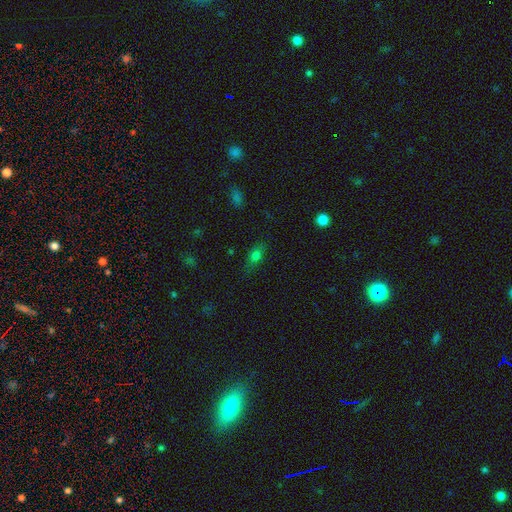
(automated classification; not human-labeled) Smooth or featured: smooth — 68% (star or artifact — 17%)
How rounded: in between — 72% (round — 15%)
Merging: none — 71% (minor disturbance — 21%)